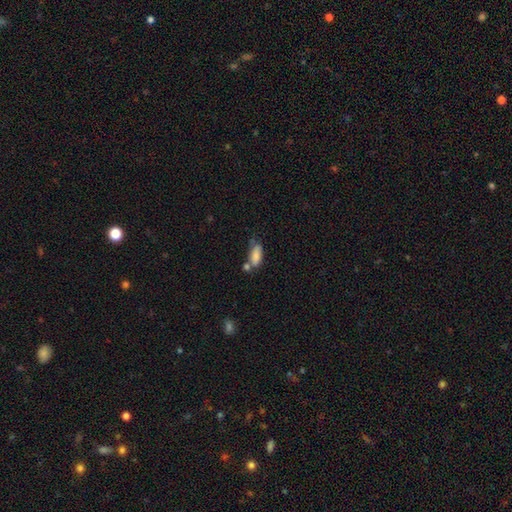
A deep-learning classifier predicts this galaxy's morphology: A smooth galaxy with no disk features (82%) that is in between round and cigar-shaped (81%).

Vote fractions:
- Smooth or featured? smooth: 82% / featured or disk: 10% / star or artifact: 8%
- How rounded? in between: 81% / cigar-shaped: 16% / round: 3%
- Merging? none: 41% / merger: 27% / minor disturbance: 24% / major disturbance: 9%